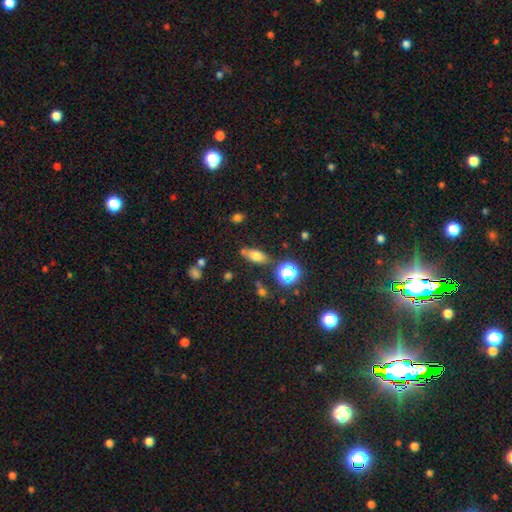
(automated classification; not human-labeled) smooth_or_featured: smooth (p=0.72) [alt: featured or disk p=0.14]
how_rounded: in between (p=0.75) [alt: cigar-shaped p=0.15]
merging: none (p=0.71) [alt: minor disturbance p=0.15]